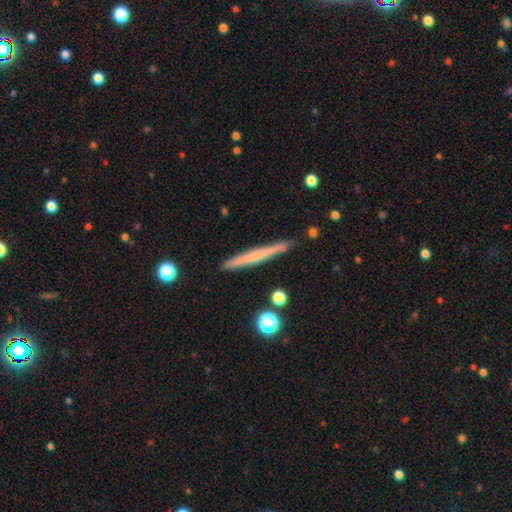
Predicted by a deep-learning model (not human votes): The model was most divided on "smooth or featured": smooth: 48%, featured or disk: 45%, star or artifact: 7%. More confident: merging — none (90%).